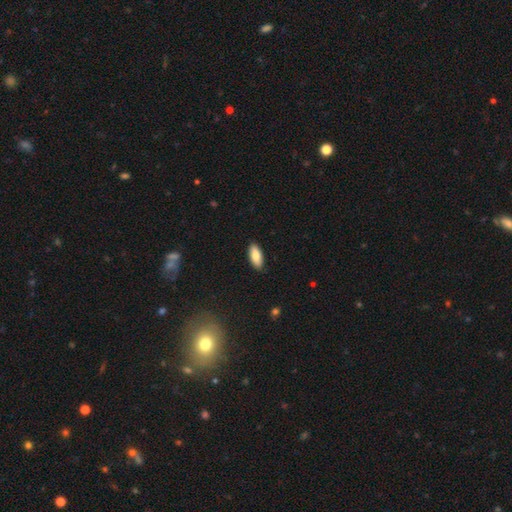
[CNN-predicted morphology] This is clearly a smooth galaxy (82%). How rounded: clearly in between (85%). Merging: clearly none (89%).